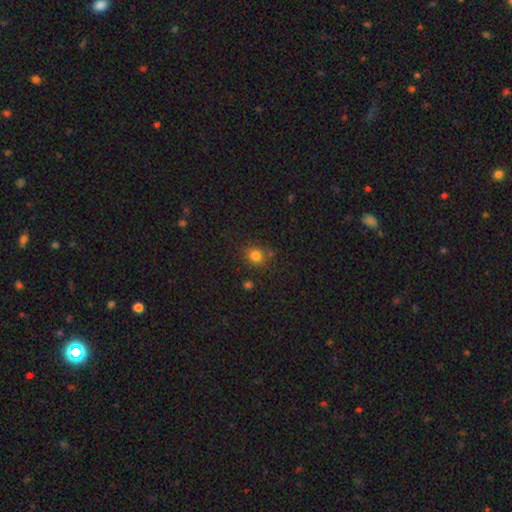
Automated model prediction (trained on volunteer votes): The model was most divided on "how rounded": round: 72%, in between: 27%, cigar-shaped: 1%. More confident: smooth or featured — smooth (80%); merging — none (77%).